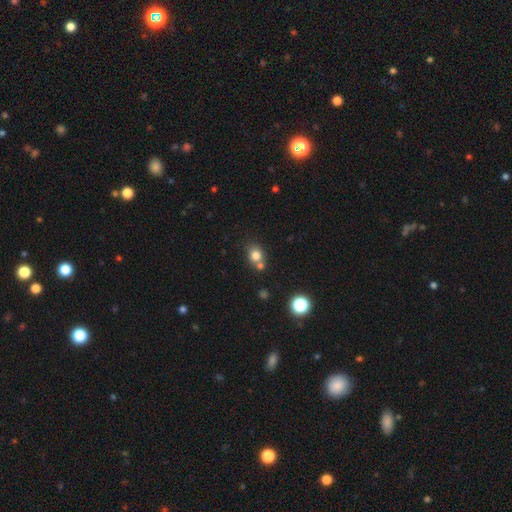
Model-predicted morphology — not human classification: Q: Smooth or featured?
A: smooth (78%); runner-up: star or artifact (13%)
Q: How rounded?
A: round (72%); runner-up: in between (27%)
Q: Merging?
A: none (55%); runner-up: merger (31%)